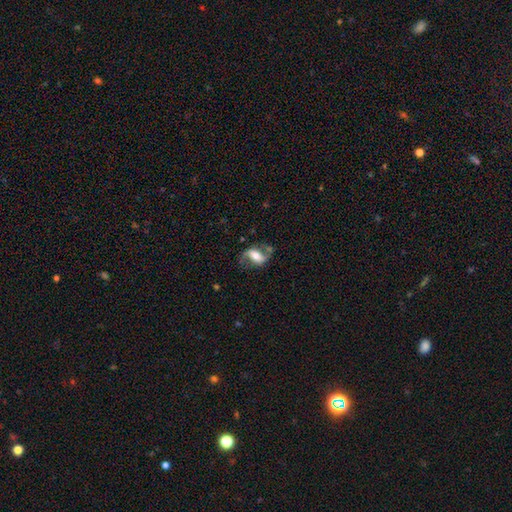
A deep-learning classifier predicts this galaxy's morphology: This is likely a featured or disk galaxy (72%). It is clearly not viewed edge-on (93%). Bar: marginally strong (43%). Spiral arm pattern: clearly yes (86%). Spiral arm count: clearly 2 (88%). Spiral winding: possibly loose (55%). Central bulge: possibly moderate (57%). Merging: likely none (63%).